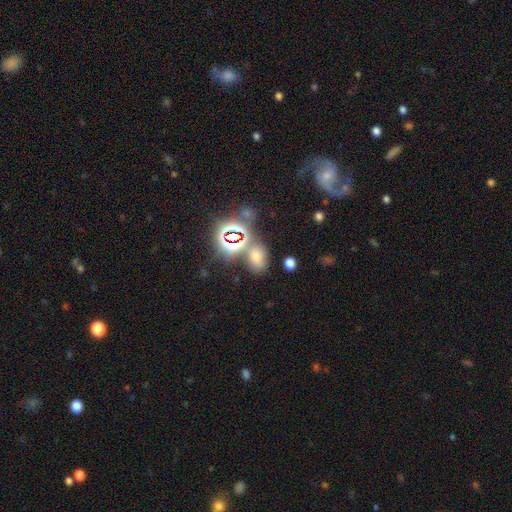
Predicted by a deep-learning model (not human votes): A smooth galaxy with no disk features (49%). Merging: none (68%).